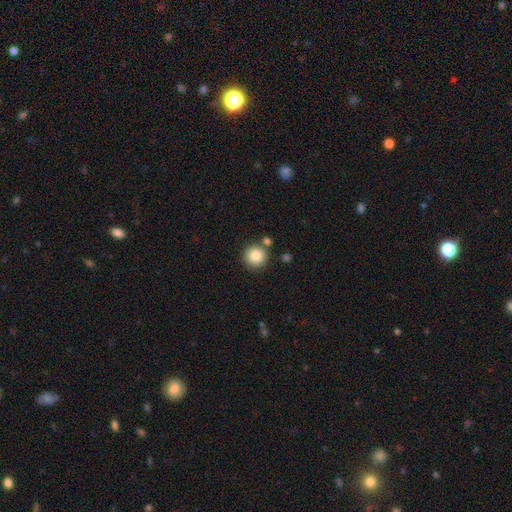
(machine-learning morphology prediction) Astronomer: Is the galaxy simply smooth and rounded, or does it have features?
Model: smooth — 86%.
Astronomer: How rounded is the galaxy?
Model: round — 95%.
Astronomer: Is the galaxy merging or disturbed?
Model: none — 80%.